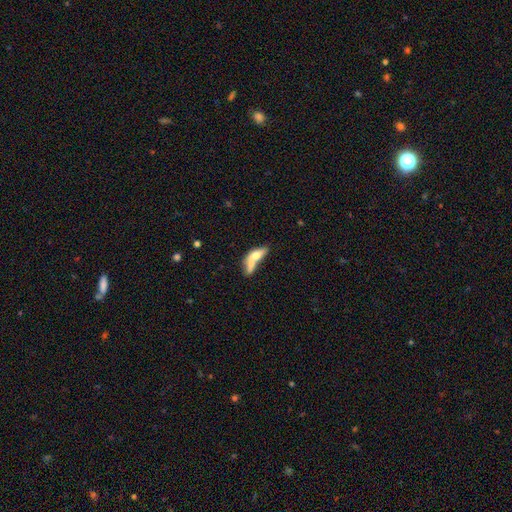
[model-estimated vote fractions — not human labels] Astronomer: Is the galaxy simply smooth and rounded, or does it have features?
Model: smooth — 58% (runner-up: featured or disk, 34%).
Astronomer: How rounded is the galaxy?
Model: in between — 55% (runner-up: cigar-shaped, 40%).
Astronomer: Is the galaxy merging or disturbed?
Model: merger — 49%.